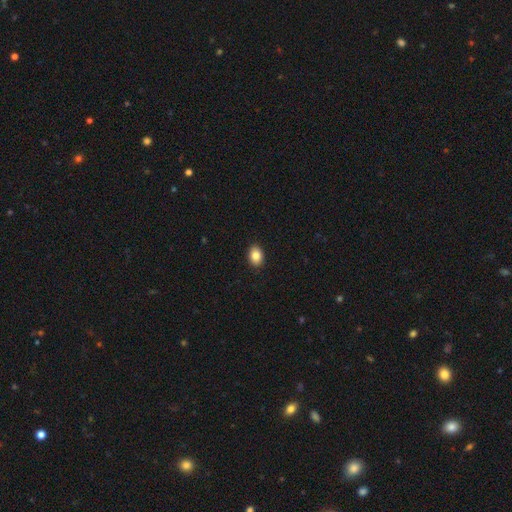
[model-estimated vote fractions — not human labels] This is clearly a smooth galaxy (85%). How rounded: likely in between (74%). Merging: clearly none (91%).